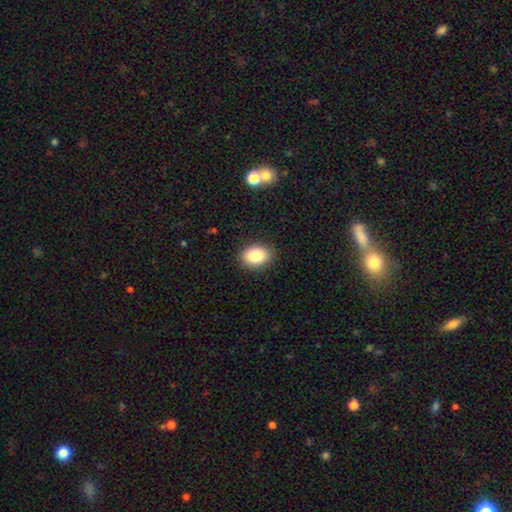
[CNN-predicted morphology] Q: Smooth or featured?
A: smooth (85%); runner-up: star or artifact (9%)
Q: How rounded?
A: in between (72%); runner-up: round (27%)
Q: Merging?
A: none (89%); runner-up: minor disturbance (8%)